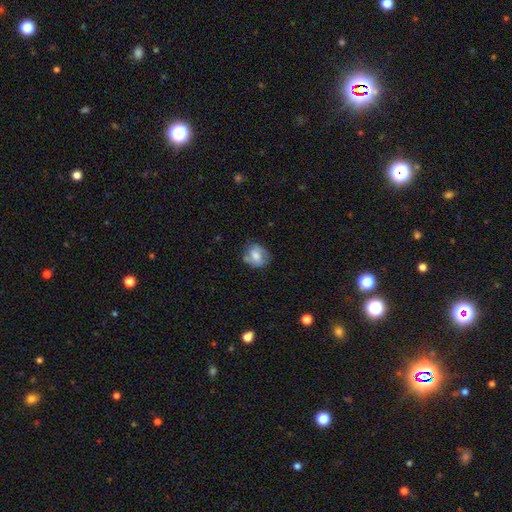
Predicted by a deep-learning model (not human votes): A smooth galaxy with no disk features (59%) that is round (55%).

Vote fractions:
- Smooth or featured? smooth: 59% / featured or disk: 33% / star or artifact: 8%
- How rounded? round: 55% / in between: 44% / cigar-shaped: 1%
- Merging? none: 60% / minor disturbance: 27% / major disturbance: 9% / merger: 3%